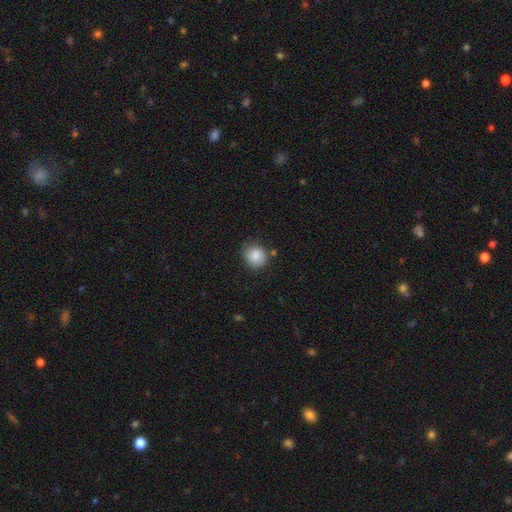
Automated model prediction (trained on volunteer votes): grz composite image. It shows a smooth galaxy with no disk features (80%) that is round (80%). Merging: none (74%).